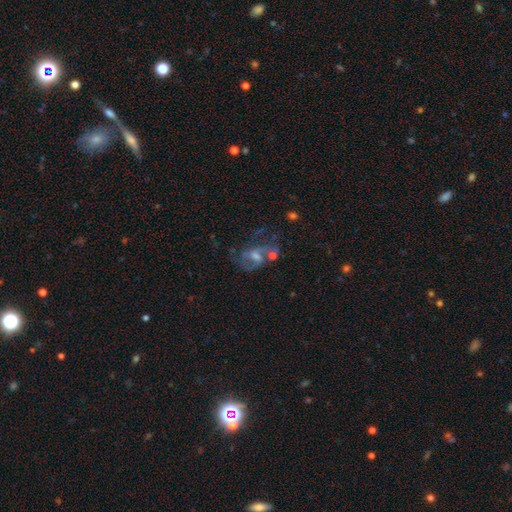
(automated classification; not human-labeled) featured or disk 64%, smooth 21%, star or artifact 16%. Down the decision tree: edge-on disk — no (96%); bar — no (47%); spiral arms — yes (64%); bulge size — moderate (48%); merging — none (38%).